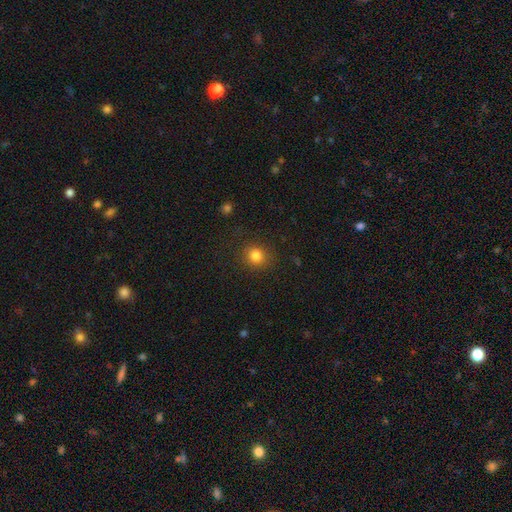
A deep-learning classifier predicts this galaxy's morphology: This appears to be a smooth galaxy with no disk features (82%) that is round (82%). Merging: none (86%).